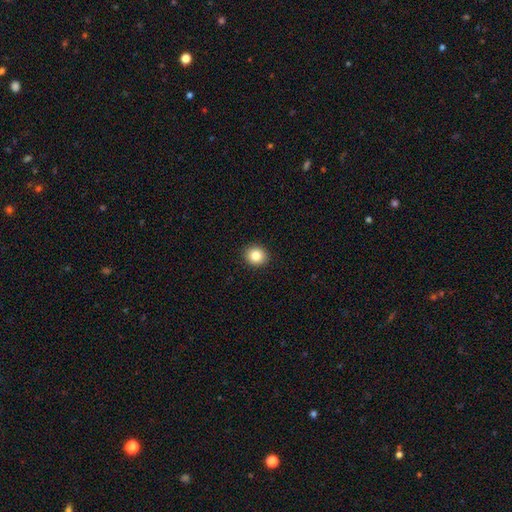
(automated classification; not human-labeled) A smooth galaxy with no disk features (84%) that is round (83%).

Vote fractions:
- Smooth or featured? smooth: 84% / star or artifact: 10% / featured or disk: 6%
- How rounded? round: 83% / in between: 16% / cigar-shaped: 1%
- Merging? none: 92% / minor disturbance: 5% / major disturbance: 2% / merger: 1%